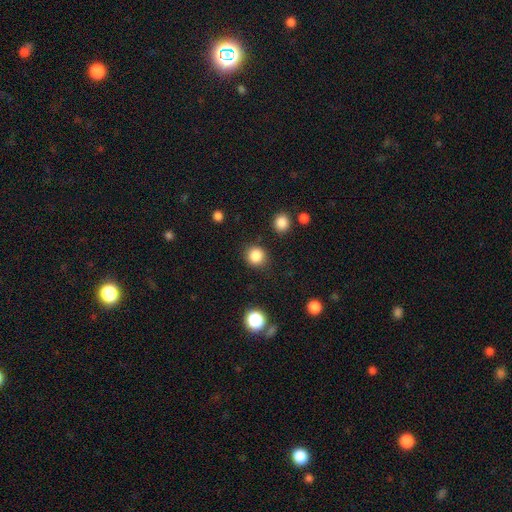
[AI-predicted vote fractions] Morphology: type=smooth (85%); roundness=round (91%); merging=none (87%).